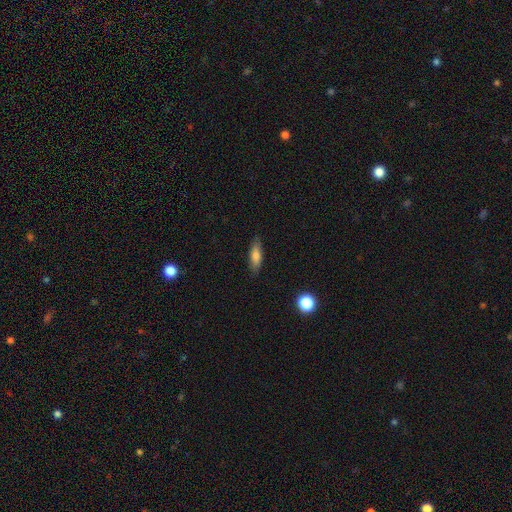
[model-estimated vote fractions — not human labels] Smooth or featured? smooth (76%)
How rounded? in between (52%)
Merging? none (85%)